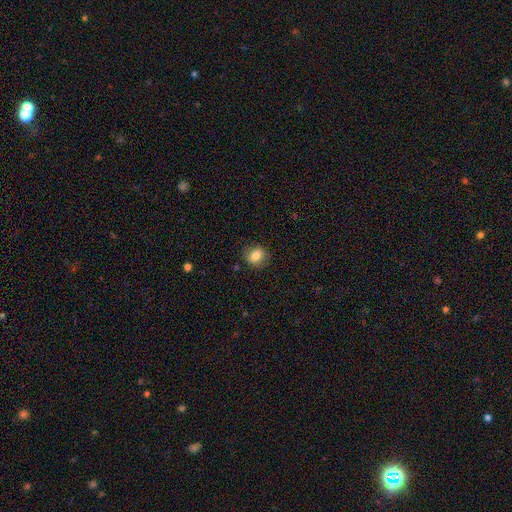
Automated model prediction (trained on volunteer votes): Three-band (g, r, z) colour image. It shows a smooth galaxy with no disk features (80%) that is round (70%). Merging: none (83%).